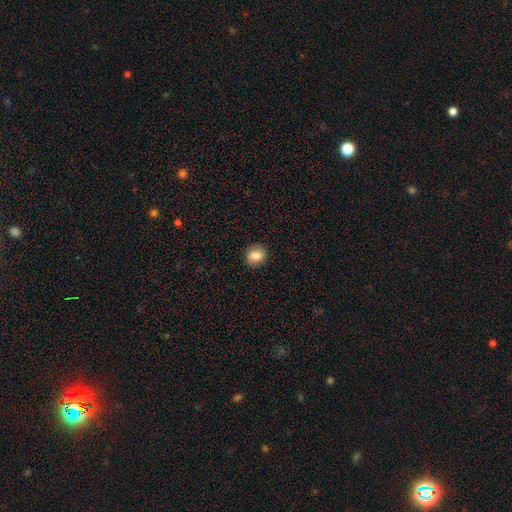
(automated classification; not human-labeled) smooth_or_featured: smooth (p=0.82) [alt: featured or disk p=0.09]
how_rounded: round (p=0.67) [alt: in between p=0.32]
merging: none (p=0.88) [alt: minor disturbance p=0.09]